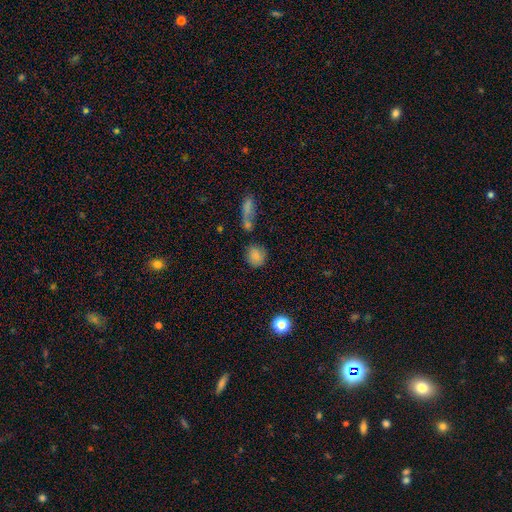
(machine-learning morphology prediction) Q: Smooth or featured?
A: smooth (81%); runner-up: star or artifact (12%)
Q: How rounded?
A: round (71%); runner-up: in between (26%)
Q: Merging?
A: none (70%); runner-up: minor disturbance (14%)